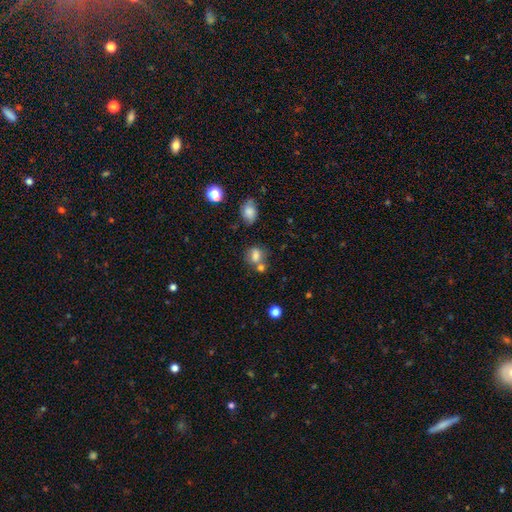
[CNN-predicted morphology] smooth_or_featured: smooth (p=0.75) [alt: star or artifact p=0.13]
how_rounded: in between (p=0.51) [alt: round p=0.48]
merging: none (p=0.47) [alt: merger p=0.33]